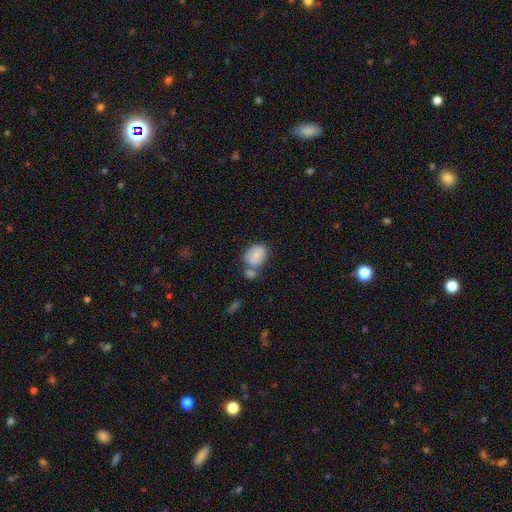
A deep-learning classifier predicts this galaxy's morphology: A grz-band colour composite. It shows a smooth galaxy with no disk features (75%) that is in between round and cigar-shaped (73%). Merging: merger (41%).